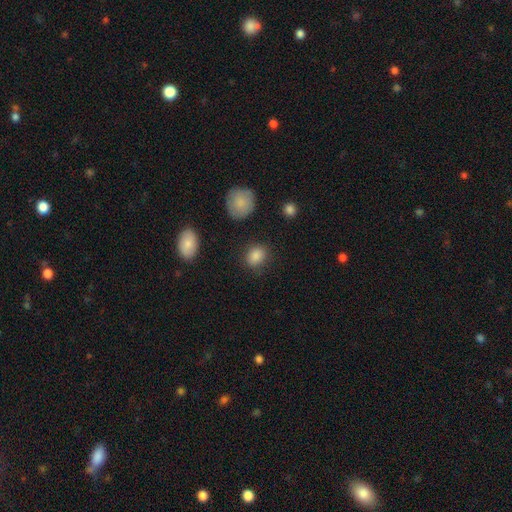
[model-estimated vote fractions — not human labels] Overall: smooth (86%). How rounded: round (53%; in between 46%). Merging: none (86%).